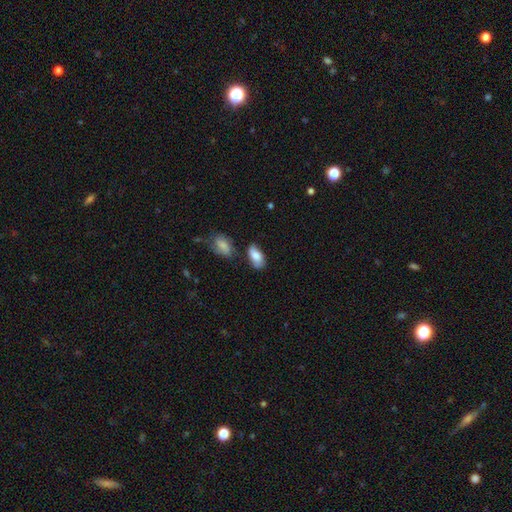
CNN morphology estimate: Overall: smooth (78%). How rounded: in between (92%). Merging: none (60%; minor disturbance 26%).